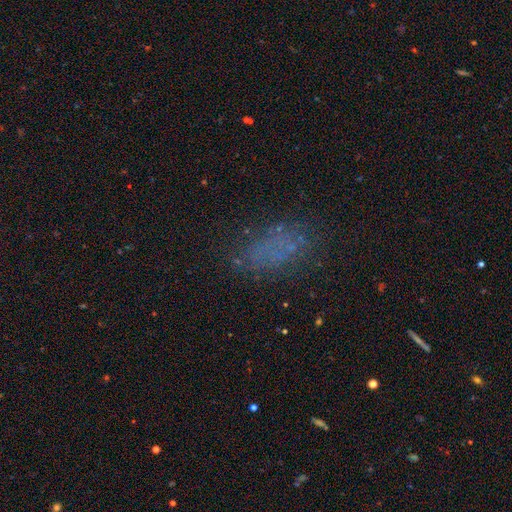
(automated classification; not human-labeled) Smooth or featured? Predicted: smooth (p=0.52). How rounded? Predicted: in between (p=0.86). Merging? Predicted: none (p=0.67).